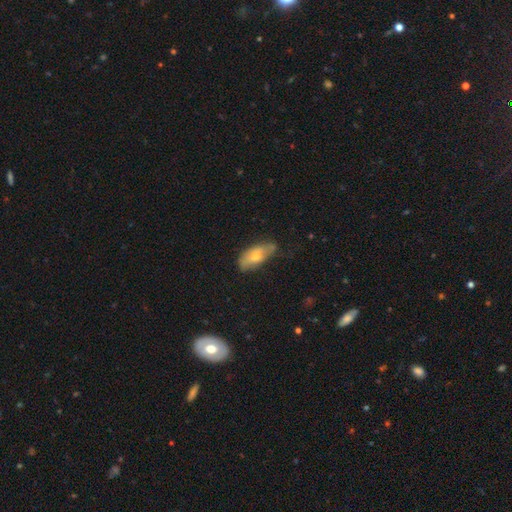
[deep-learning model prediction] smooth_or_featured: smooth (p=0.61) [alt: featured or disk p=0.32]
how_rounded: in between (p=0.81) [alt: cigar-shaped p=0.16]
merging: none (p=0.56) [alt: minor disturbance p=0.34]